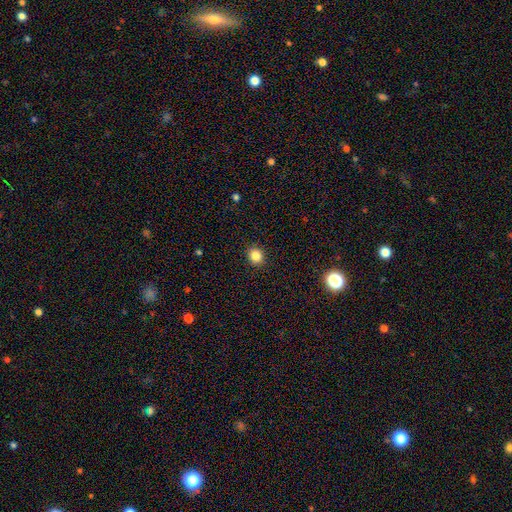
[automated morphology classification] This is clearly a smooth galaxy (84%). How rounded: clearly round (80%). Merging: clearly none (92%).